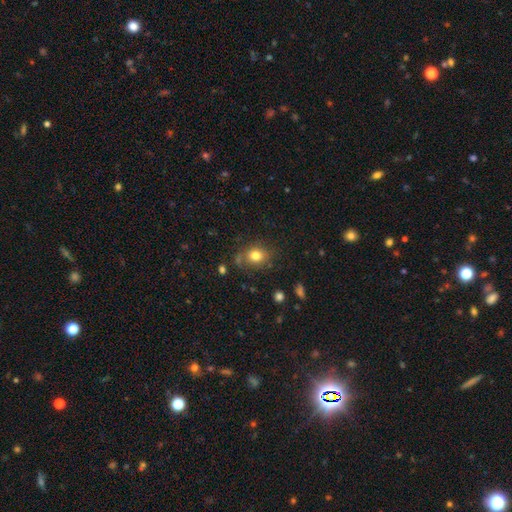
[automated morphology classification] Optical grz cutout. It shows a smooth galaxy with no disk features (78%) that is round (54%). Merging: none (72%).